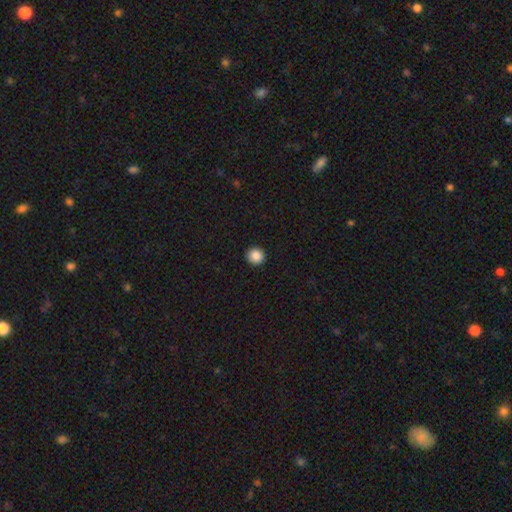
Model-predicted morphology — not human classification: The model was most divided on "smooth or featured": smooth: 87%, star or artifact: 10%, featured or disk: 3%. More confident: how rounded — round (95%); merging — none (93%).